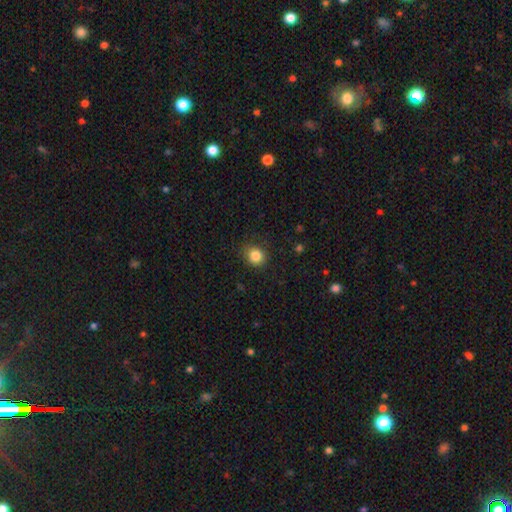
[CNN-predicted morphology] smooth_or_featured: smooth (p=0.84) [alt: star or artifact p=0.11]
how_rounded: round (p=0.80) [alt: in between p=0.19]
merging: none (p=0.85) [alt: minor disturbance p=0.11]